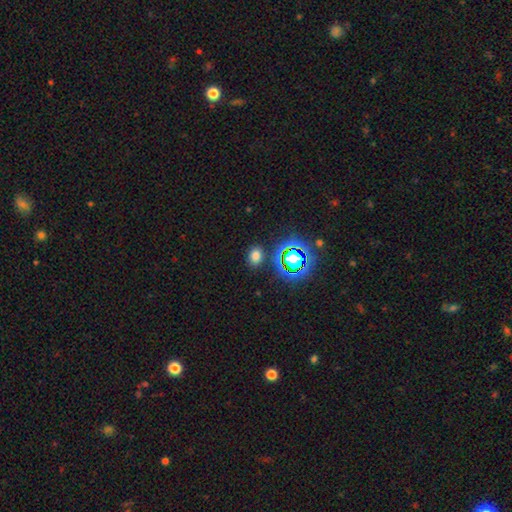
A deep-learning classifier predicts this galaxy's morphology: This appears to be a smooth galaxy with no disk features (70%) that is in between round and cigar-shaped (71%). Merging: none (85%).